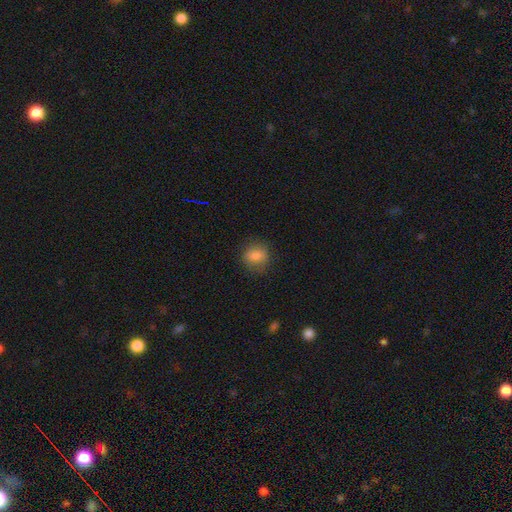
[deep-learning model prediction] Morphology: type=smooth (83%); roundness=round (63%); merging=none (82%).